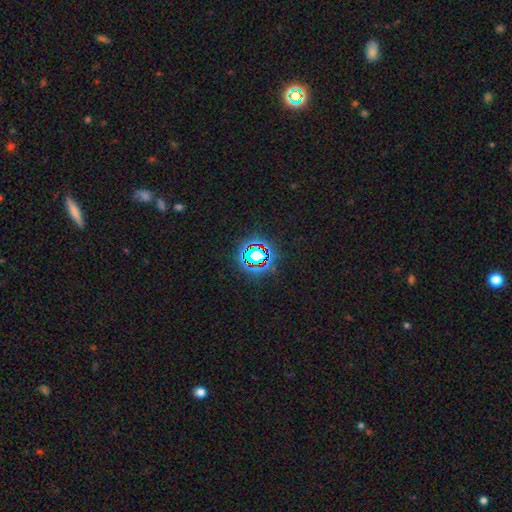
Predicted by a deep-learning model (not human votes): Morphology: type=star or artifact (70%).